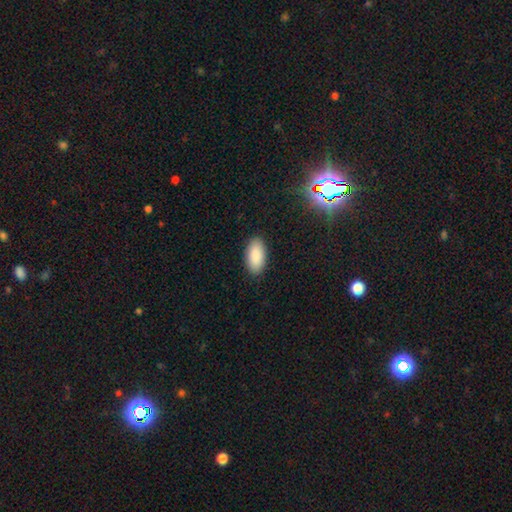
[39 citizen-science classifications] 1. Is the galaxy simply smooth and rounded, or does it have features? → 87% smooth, 8% star or artifact, 5% featured or disk.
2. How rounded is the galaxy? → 82% in between, 12% cigar-shaped, 6% round.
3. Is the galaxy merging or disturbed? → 83% none, 11% minor disturbance, 3% major disturbance, 3% merger.